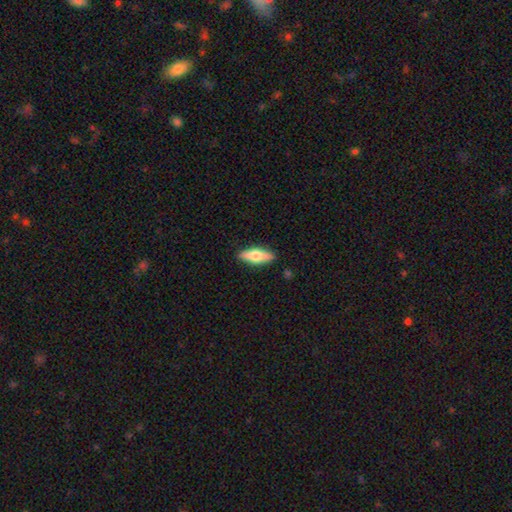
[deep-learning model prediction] The model was most divided on "smooth or featured": smooth: 48%, featured or disk: 46%, star or artifact: 6%. More confident: merging — none (89%).